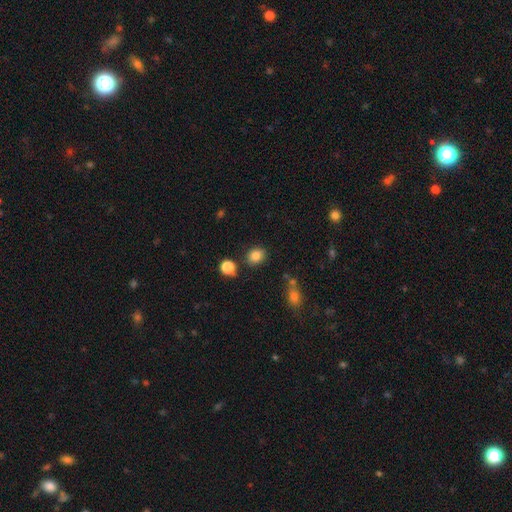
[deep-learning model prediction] Smooth or featured? Predicted: smooth (p=0.83). How rounded? Predicted: round (p=0.65). Merging? Predicted: none (p=0.82).